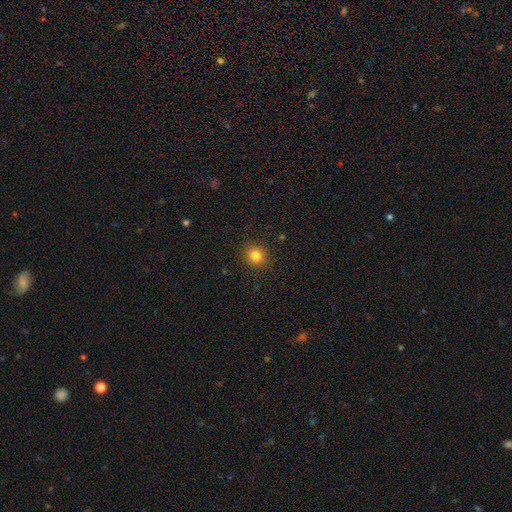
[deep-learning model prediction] Smooth or featured?
  - smooth: 82% *
  - star or artifact: 12%
  - featured or disk: 6%
How rounded?
  - round: 81% *
  - in between: 18%
  - cigar-shaped: 1%
Merging?
  - none: 90% *
  - minor disturbance: 7%
  - major disturbance: 2%
  - merger: 1%